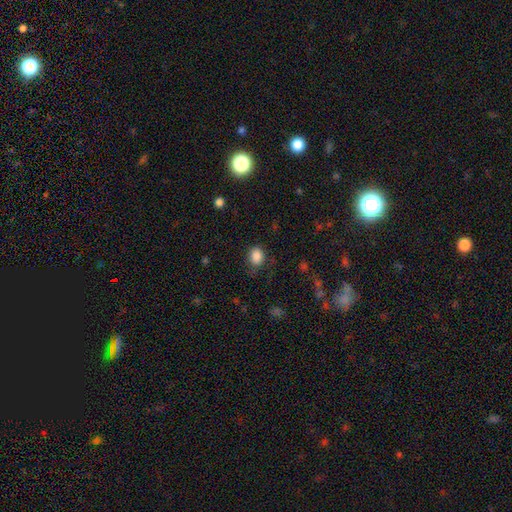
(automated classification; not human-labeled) Smooth or featured? Predicted: smooth (p=0.86). How rounded? Predicted: in between (p=0.55). Merging? Predicted: none (p=0.71).